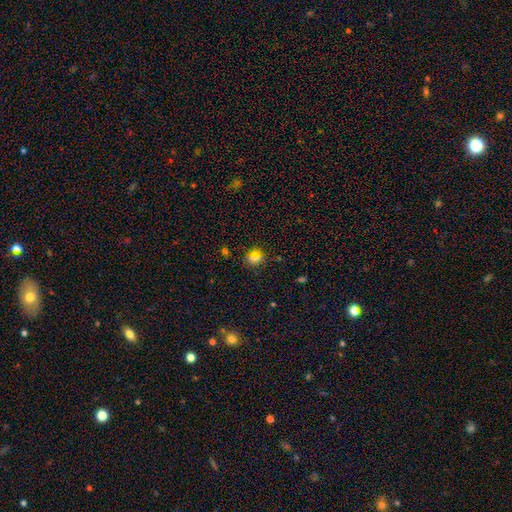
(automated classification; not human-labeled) smooth_or_featured: smooth (p=0.77) [alt: star or artifact p=0.15]
how_rounded: round (p=0.78) [alt: in between p=0.21]
merging: none (p=0.84) [alt: minor disturbance p=0.11]